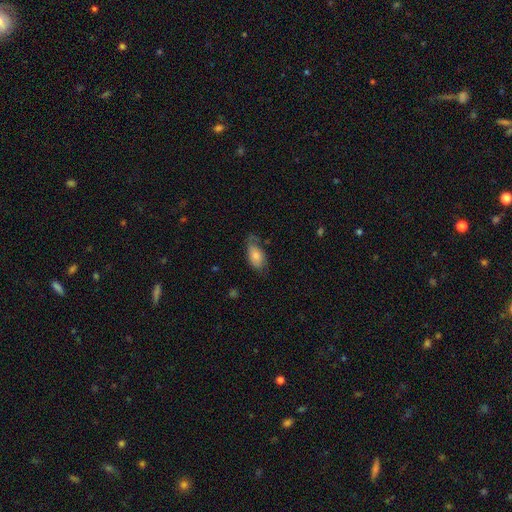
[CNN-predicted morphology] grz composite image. It shows a smooth galaxy with no disk features (75%) that is in between round and cigar-shaped (92%). Merging: none (49%).